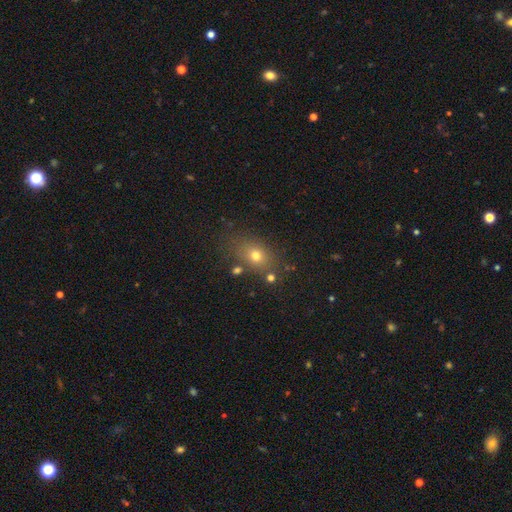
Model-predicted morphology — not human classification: smooth 70%, star or artifact 16%, featured or disk 14%. Down the decision tree: how rounded — in between (64%); merging — none (74%).